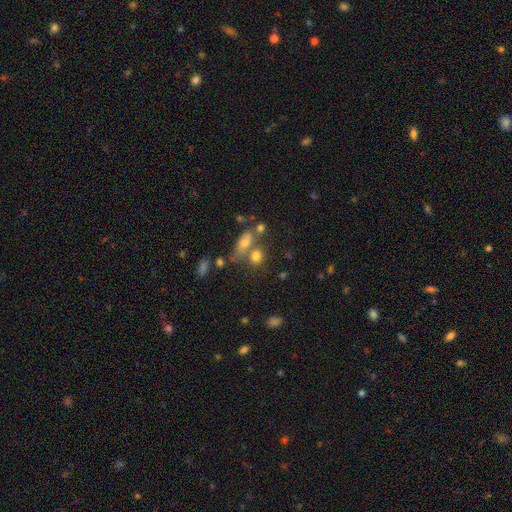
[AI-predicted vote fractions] smooth_or_featured: smooth (p=0.70) [alt: star or artifact p=0.16]
how_rounded: in between (p=0.47) [tied with: round p=0.47]
merging: none (p=0.50) [alt: merger p=0.33]